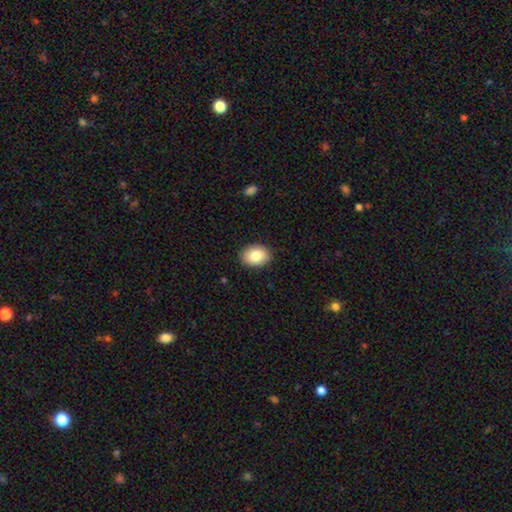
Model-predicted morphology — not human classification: smooth_or_featured: smooth (p=0.85) [alt: featured or disk p=0.08]
how_rounded: in between (p=0.74) [alt: round p=0.25]
merging: none (p=0.90) [alt: minor disturbance p=0.08]